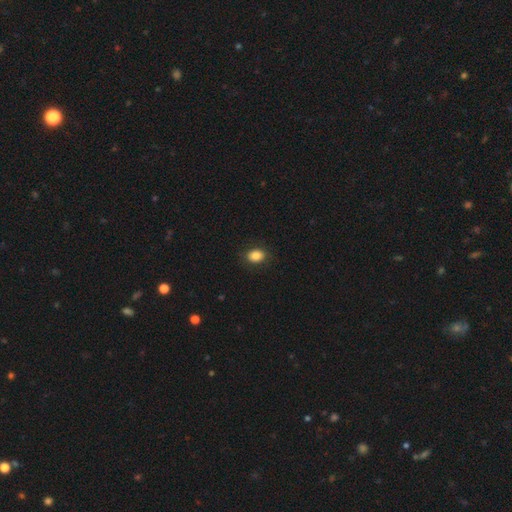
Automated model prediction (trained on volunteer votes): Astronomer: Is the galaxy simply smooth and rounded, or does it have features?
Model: smooth — 85%.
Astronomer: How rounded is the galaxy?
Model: in between — 62%.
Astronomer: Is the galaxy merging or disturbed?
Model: none — 86%.